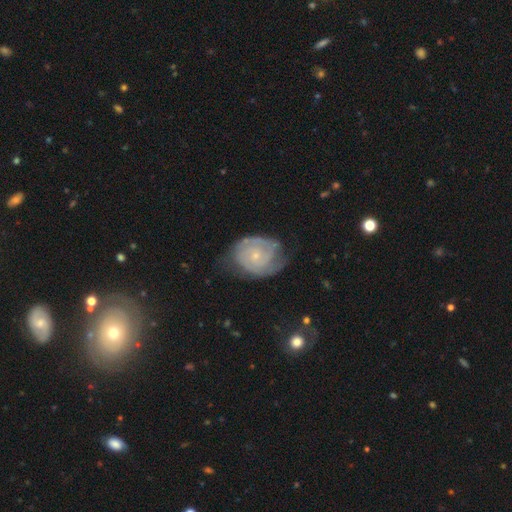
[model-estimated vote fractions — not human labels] smooth-or-featured: featured or disk: 81% | smooth: 14% | star or artifact: 6%
  disk-edge-on: no: 98% | yes: 2%
    bar: no: 76% | weak: 20% | strong: 3%
    has-spiral-arms: yes: 93% | no: 7%
      spiral-winding: tight: 65% | medium: 28% | loose: 7%
      spiral-arm-count: 2: 44% | can't tell: 28% | 3: 15% | 1: 5% | 4: 5% | more than 4: 4%
    bulge-size: small: 79% | moderate: 16% | none: 3% | large: 1% | dominant: 1%
  merging: none: 60% | minor disturbance: 26% | major disturbance: 12% | merger: 2%